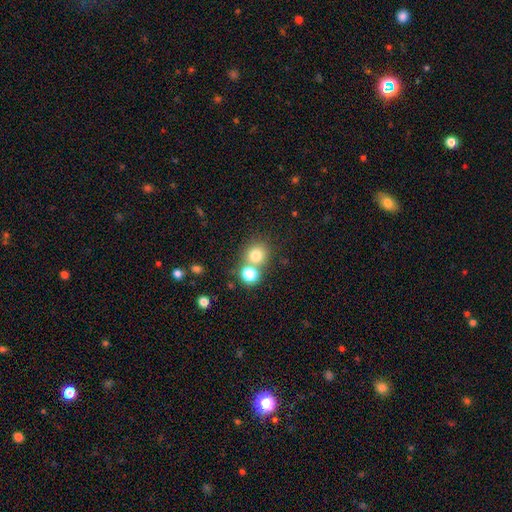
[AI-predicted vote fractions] A smooth galaxy with no disk features (77%) that is round (86%). Merging: none (54%).